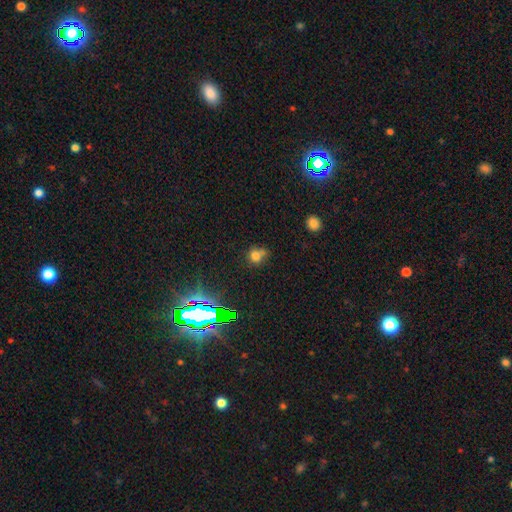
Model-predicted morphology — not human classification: Overall: smooth (68%). How rounded: round (79%). Merging: none (52%; merger 26%).